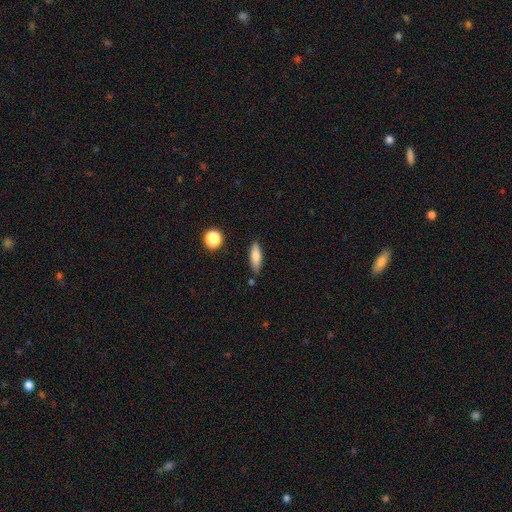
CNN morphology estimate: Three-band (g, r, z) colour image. It shows a smooth galaxy with no disk features (78%) that is in between round and cigar-shaped (52%). Merging: none (81%).